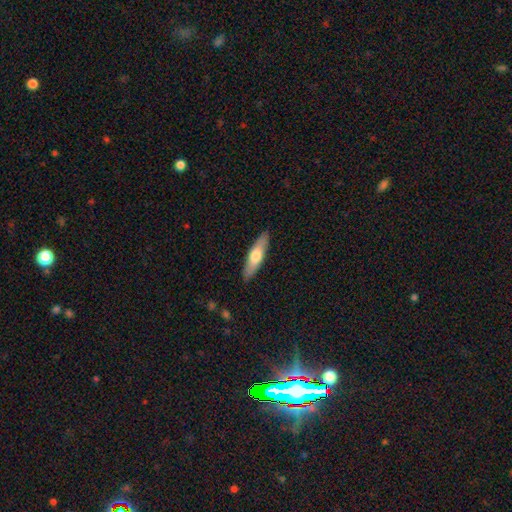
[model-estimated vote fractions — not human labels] smooth-or-featured: smooth: 62% | featured or disk: 33% | star or artifact: 5%
  how-rounded: cigar-shaped: 68% | in between: 30% | round: 2%
  merging: none: 88% | minor disturbance: 9% | major disturbance: 2% | merger: 1%